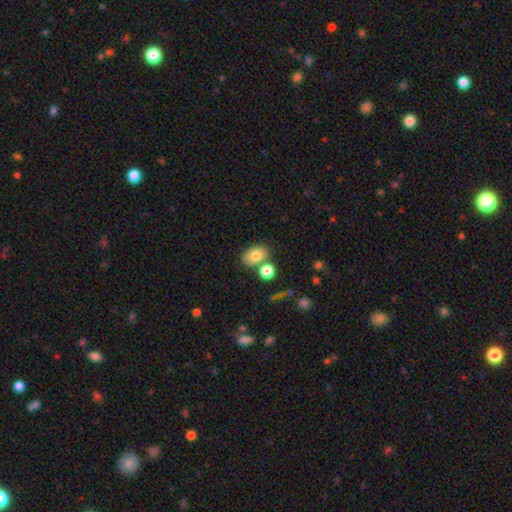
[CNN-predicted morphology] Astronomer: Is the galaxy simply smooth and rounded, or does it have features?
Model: smooth — 80%.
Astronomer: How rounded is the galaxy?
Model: in between — 80%.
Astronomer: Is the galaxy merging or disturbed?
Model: none — 65%.